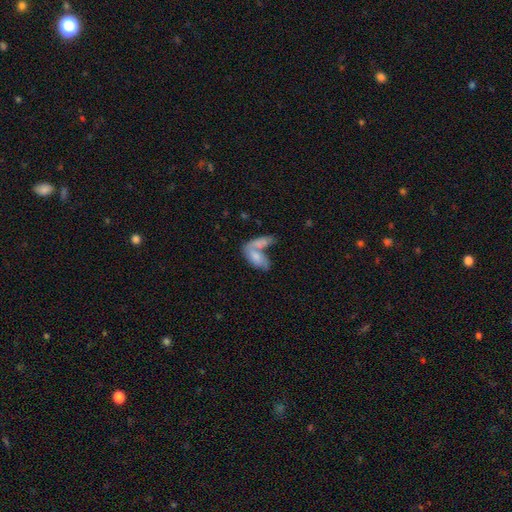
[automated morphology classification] Q: Smooth or featured?
A: smooth (64%); runner-up: featured or disk (28%)
Q: How rounded?
A: in between (90%); runner-up: cigar-shaped (6%)
Q: Merging?
A: merger (63%); runner-up: none (18%)